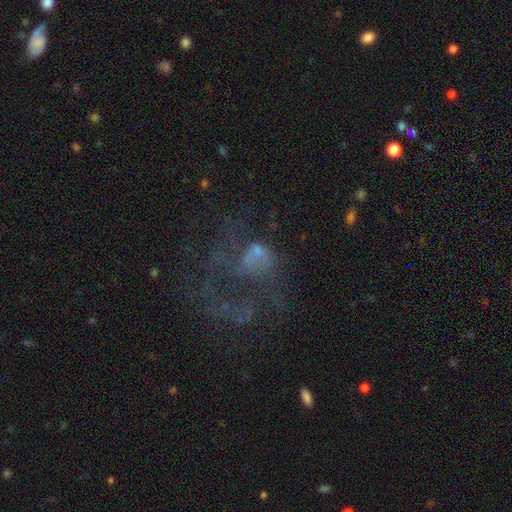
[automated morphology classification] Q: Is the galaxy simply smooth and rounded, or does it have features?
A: featured or disk — 48%.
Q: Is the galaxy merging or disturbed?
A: major disturbance — 42%.